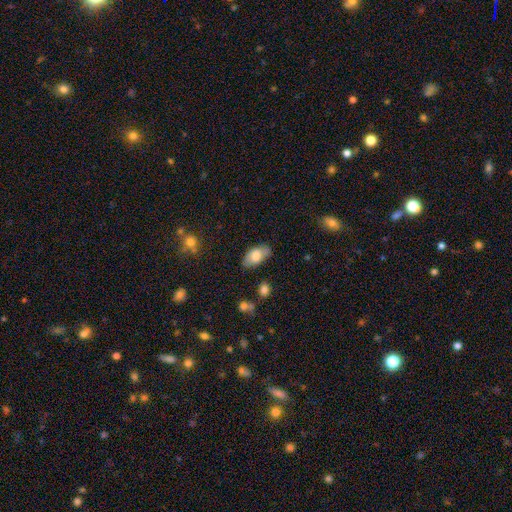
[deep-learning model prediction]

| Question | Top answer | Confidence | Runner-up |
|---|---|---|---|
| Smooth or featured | smooth | 72% | featured or disk (21%) |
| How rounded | in between | 93% | round (4%) |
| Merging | none | 74% | minor disturbance (19%) |